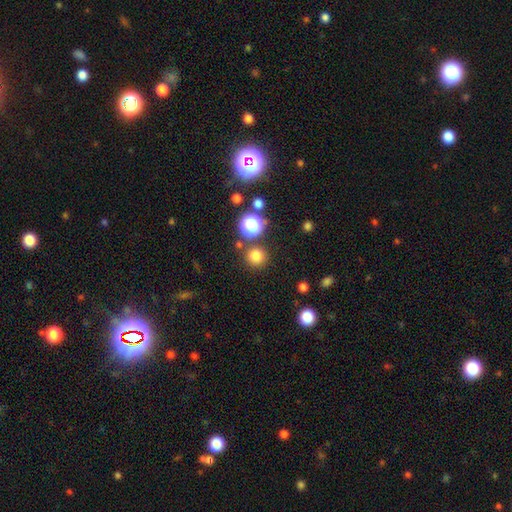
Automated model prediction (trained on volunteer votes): This is likely a smooth galaxy (77%). How rounded: clearly round (93%). Merging: clearly none (84%).